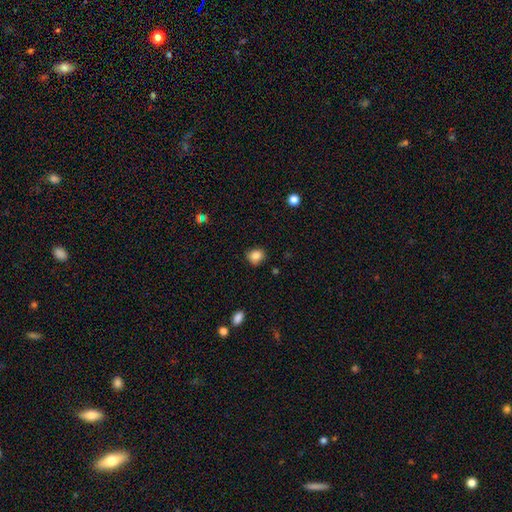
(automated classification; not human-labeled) A smooth galaxy with no disk features (86%) that is round (75%). Merging: none (82%).